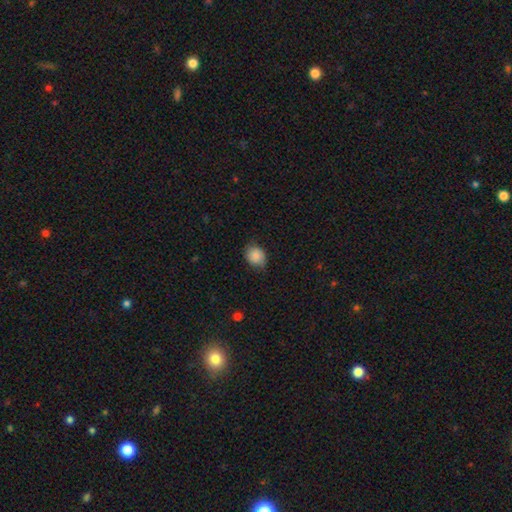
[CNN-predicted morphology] smooth 85%, star or artifact 8%, featured or disk 7%. Down the decision tree: how rounded — round (56%); merging — none (72%).